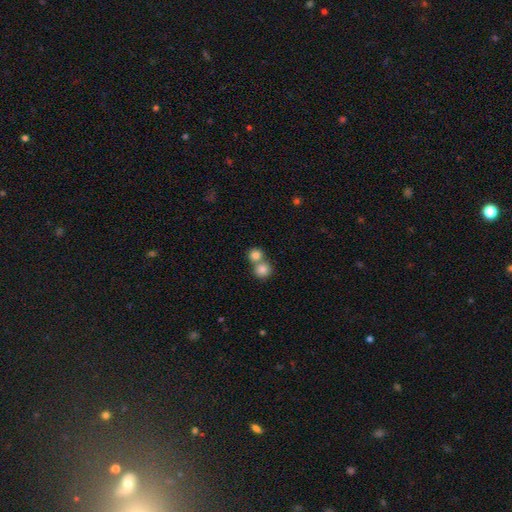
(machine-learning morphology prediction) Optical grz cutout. It shows a smooth galaxy with no disk features (82%) that is round (88%). Merging: merger (51%).